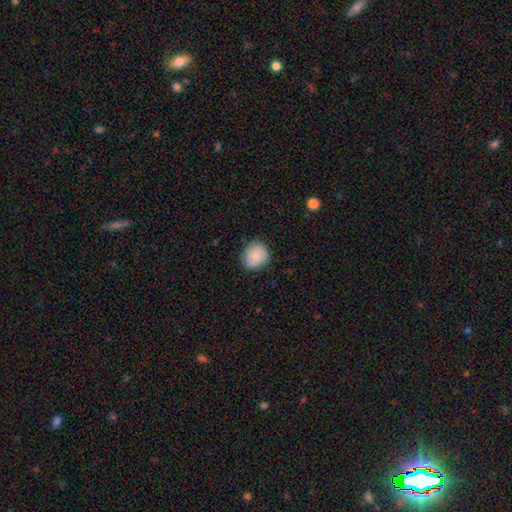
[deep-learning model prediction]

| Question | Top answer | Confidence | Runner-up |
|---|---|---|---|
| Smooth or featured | smooth | 77% | featured or disk (15%) |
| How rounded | round | 78% | in between (21%) |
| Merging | none | 80% | minor disturbance (15%) |